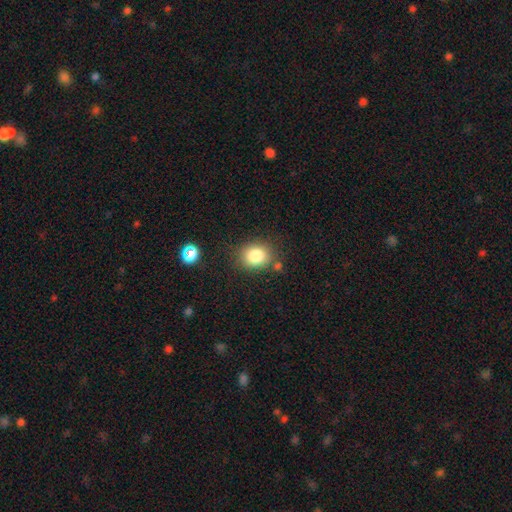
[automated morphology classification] Smooth or featured: smooth — 84% (star or artifact — 10%)
How rounded: round — 56% (in between — 43%)
Merging: none — 77% (minor disturbance — 13%)